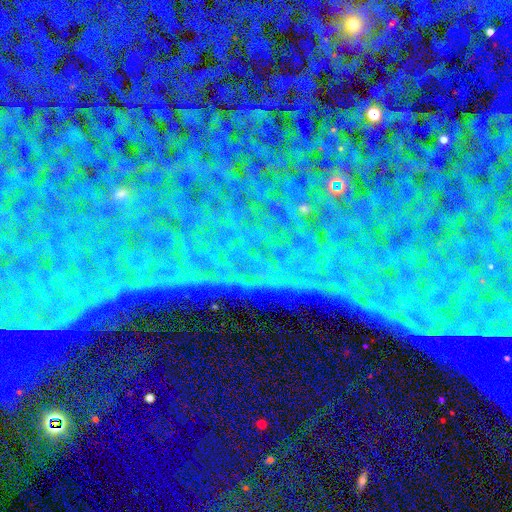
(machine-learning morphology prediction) Smooth or featured: star or artifact — 87% (featured or disk — 7%)